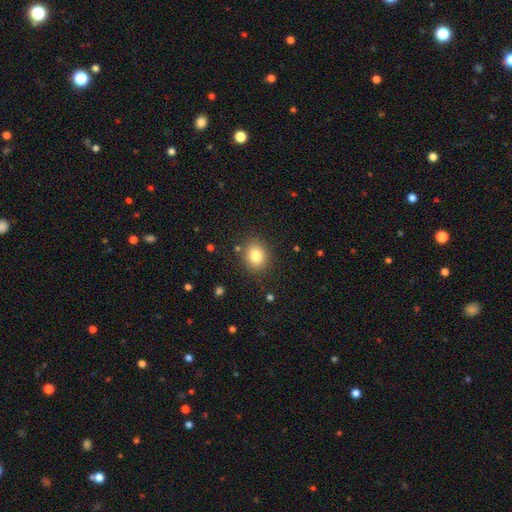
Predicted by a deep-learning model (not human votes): A smooth galaxy with no disk features (82%) that is round (69%). Merging: none (85%).